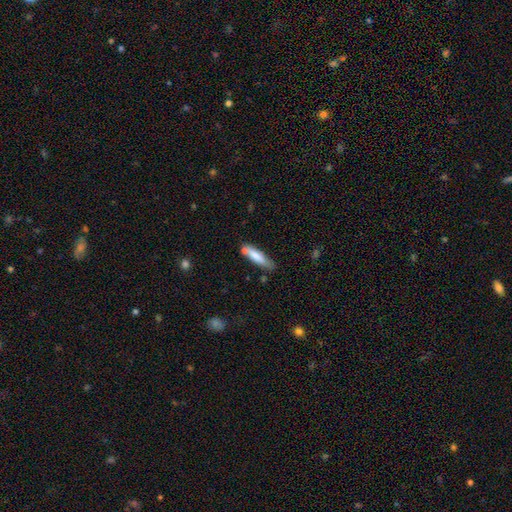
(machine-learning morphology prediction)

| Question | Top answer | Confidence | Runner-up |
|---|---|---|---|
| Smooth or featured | smooth | 75% | featured or disk (19%) |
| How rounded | cigar-shaped | 74% | in between (25%) |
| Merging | none | 64% | minor disturbance (21%) |